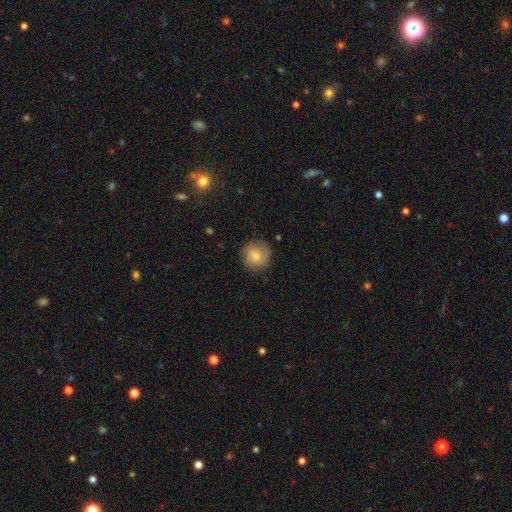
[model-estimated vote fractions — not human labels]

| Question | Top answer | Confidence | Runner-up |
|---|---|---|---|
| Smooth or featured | smooth | 79% | featured or disk (13%) |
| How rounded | round | 91% | in between (8%) |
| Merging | none | 81% | minor disturbance (14%) |